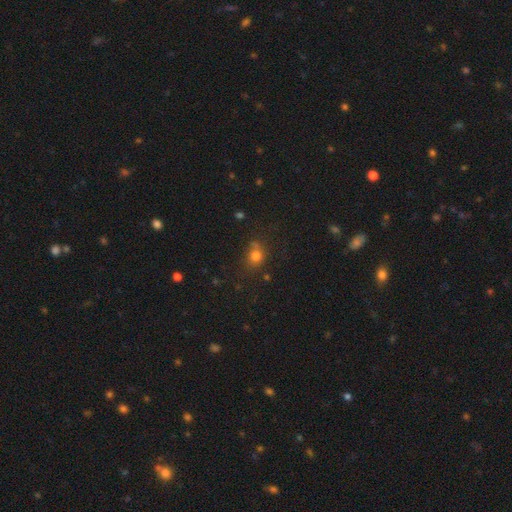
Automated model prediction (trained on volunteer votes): A smooth galaxy with no disk features (77%) that is round (72%). Merging: none (62%).